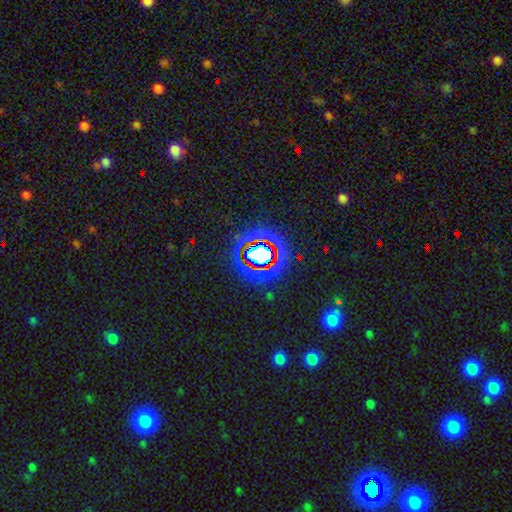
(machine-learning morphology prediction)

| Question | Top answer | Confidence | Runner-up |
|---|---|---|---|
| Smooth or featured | star or artifact | 79% | smooth (12%) |